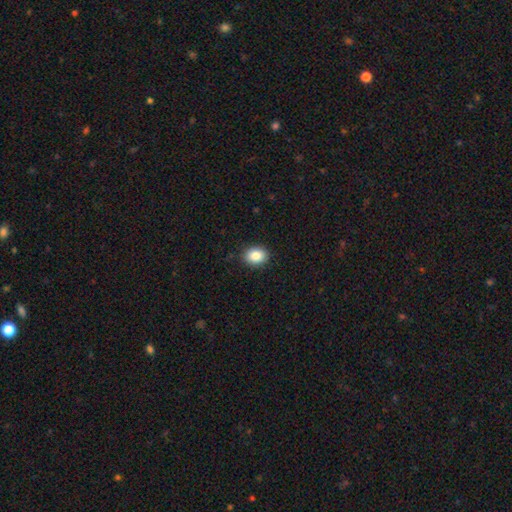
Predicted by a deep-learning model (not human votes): A smooth galaxy with no disk features (86%) that is in between round and cigar-shaped (61%). Merging: none (89%).